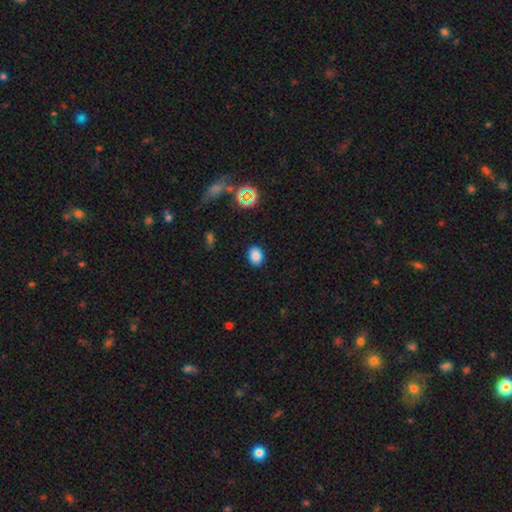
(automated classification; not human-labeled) This appears to be a smooth galaxy with no disk features (82%) that is in between round and cigar-shaped (64%). Merging: none (88%).